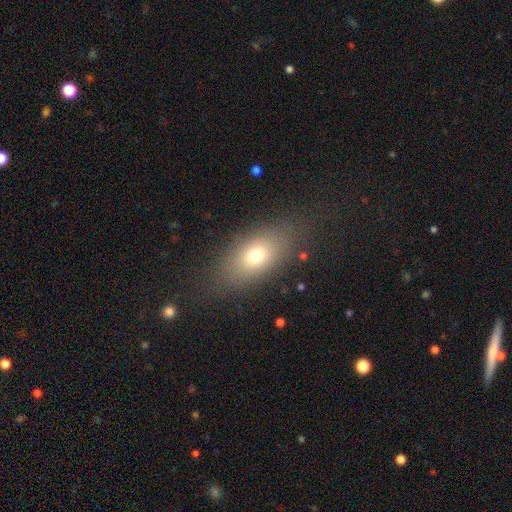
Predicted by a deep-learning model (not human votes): Smooth or featured? Predicted: smooth (p=0.70). How rounded? Predicted: in between (p=0.80). Merging? Predicted: none (p=0.78).